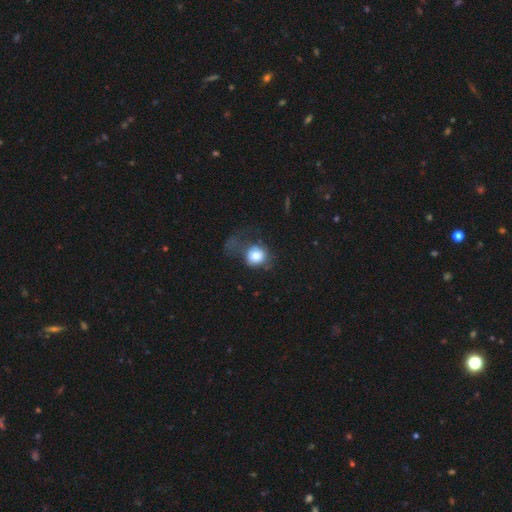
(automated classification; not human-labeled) smooth-or-featured: smooth: 76% | featured or disk: 15% | star or artifact: 9%
  how-rounded: round: 75% | in between: 24% | cigar-shaped: 1%
  merging: major disturbance: 42% | none: 32% | minor disturbance: 22% | merger: 4%